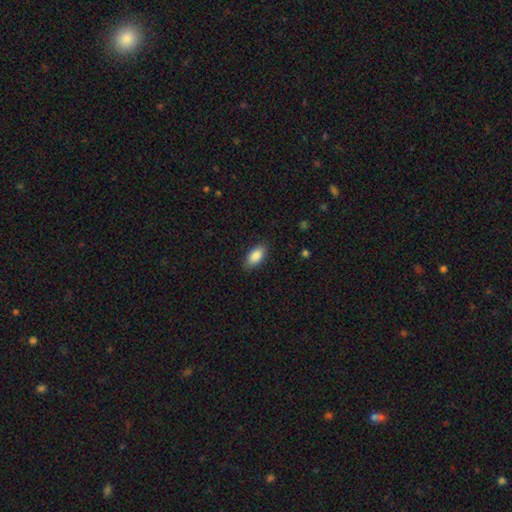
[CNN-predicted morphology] type=smooth (88%); roundness=in between (91%); merging=none (85%).